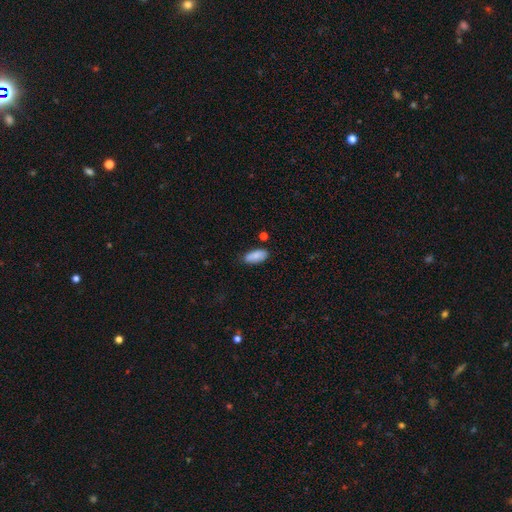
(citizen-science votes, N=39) Overall: smooth (79%). How rounded: in between (90%). Merging: none (94%).